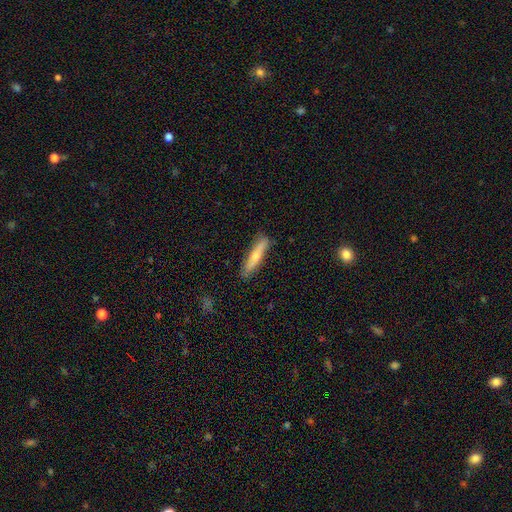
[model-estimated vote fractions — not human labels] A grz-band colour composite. It shows a smooth galaxy with no disk features (59%) that is cigar-shaped (88%). Merging: none (86%).